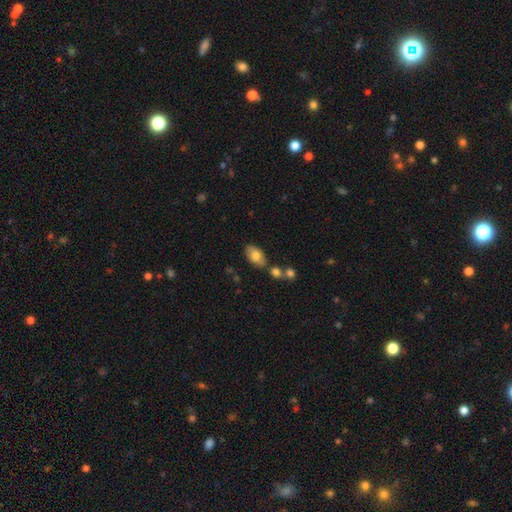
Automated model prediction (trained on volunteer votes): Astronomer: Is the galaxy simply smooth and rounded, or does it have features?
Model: smooth — 75%.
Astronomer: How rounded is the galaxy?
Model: in between — 92%.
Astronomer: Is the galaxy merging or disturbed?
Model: none — 70%.